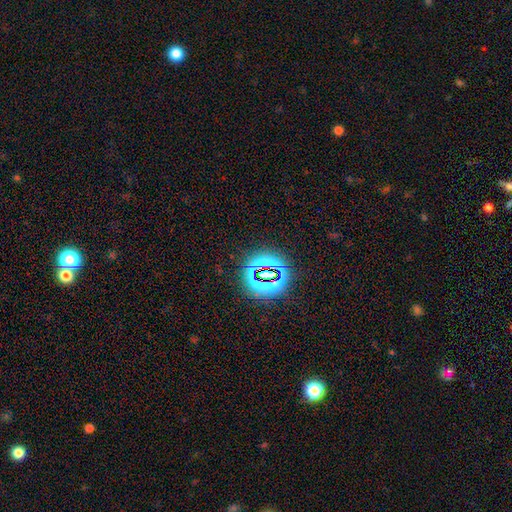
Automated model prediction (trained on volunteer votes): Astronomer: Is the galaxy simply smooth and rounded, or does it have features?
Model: star or artifact — 78%.